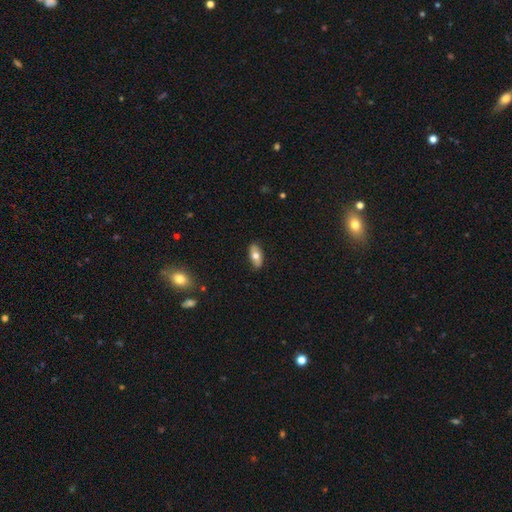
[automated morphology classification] type=smooth (64%); roundness=in between (86%); merging=none (85%).